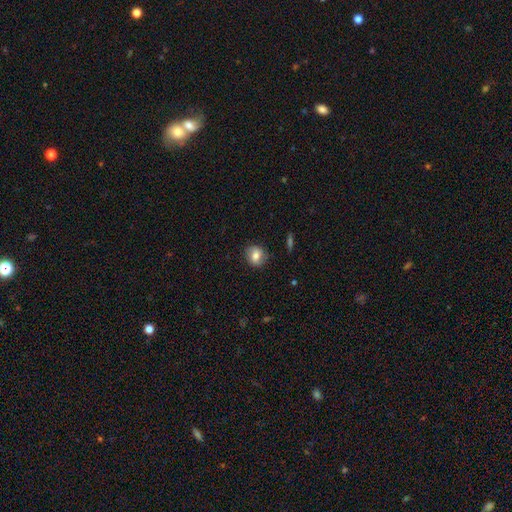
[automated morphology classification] This appears to be a smooth galaxy with no disk features (66%) that is round (71%). Merging: none (83%).